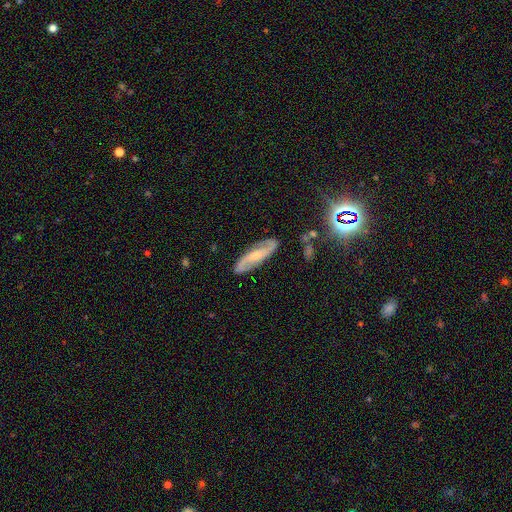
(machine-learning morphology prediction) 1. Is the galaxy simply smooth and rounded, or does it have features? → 79% featured or disk, 15% smooth, 6% star or artifact.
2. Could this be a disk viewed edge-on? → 89% no, 11% yes.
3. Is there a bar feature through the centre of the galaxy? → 42% no, 38% weak, 19% strong.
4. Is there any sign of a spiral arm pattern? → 96% yes, 4% no.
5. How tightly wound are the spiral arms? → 46% medium, 34% loose, 20% tight.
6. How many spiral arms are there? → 91% 2, 4% can't tell, 1% 1, 1% 3, 1% 4, 1% more than 4.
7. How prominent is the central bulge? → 46% small, 35% moderate, 14% none, 4% large, 1% dominant.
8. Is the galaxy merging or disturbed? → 83% none, 12% minor disturbance, 3% major disturbance, 2% merger.